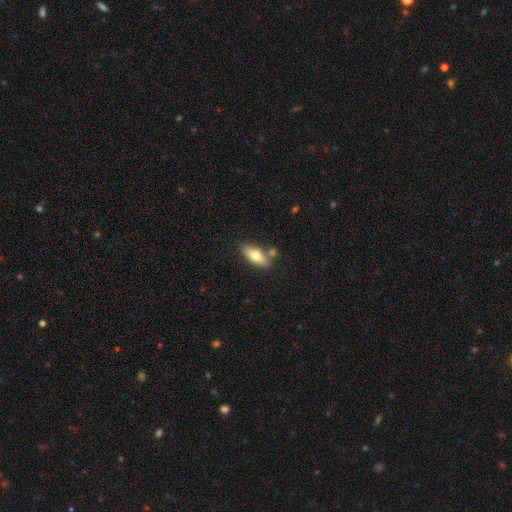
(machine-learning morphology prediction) Smooth or featured? smooth (73%)
How rounded? in between (78%)
Merging? none (67%)